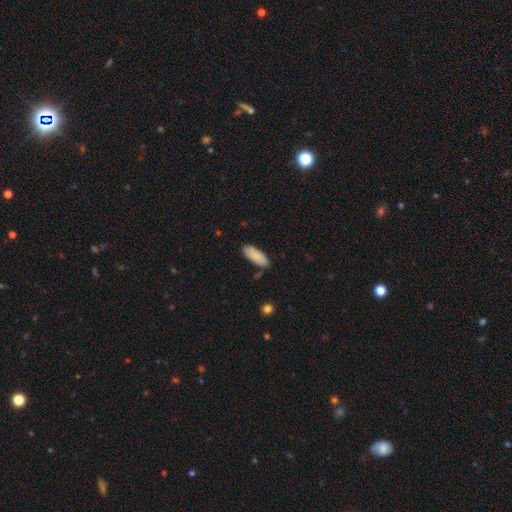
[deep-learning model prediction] A smooth galaxy with no disk features (87%) that is in between round and cigar-shaped (77%). Merging: none (77%).